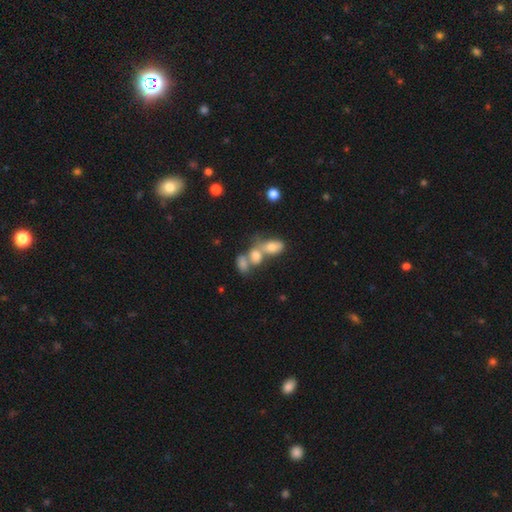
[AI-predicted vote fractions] smooth-or-featured: smooth: 67% | featured or disk: 19% | star or artifact: 13%
  how-rounded: in between: 78% | round: 19% | cigar-shaped: 3%
  merging: merger: 63% | none: 21% | minor disturbance: 9% | major disturbance: 6%